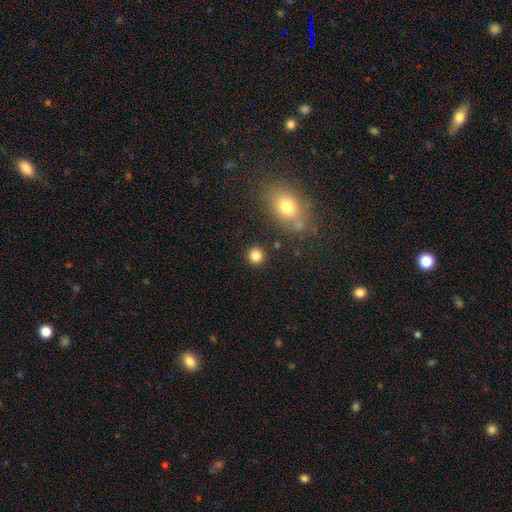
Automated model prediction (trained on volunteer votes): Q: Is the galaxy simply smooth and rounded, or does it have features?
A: smooth — 84%.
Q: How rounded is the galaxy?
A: round — 92%.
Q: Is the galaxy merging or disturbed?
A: none — 89%.